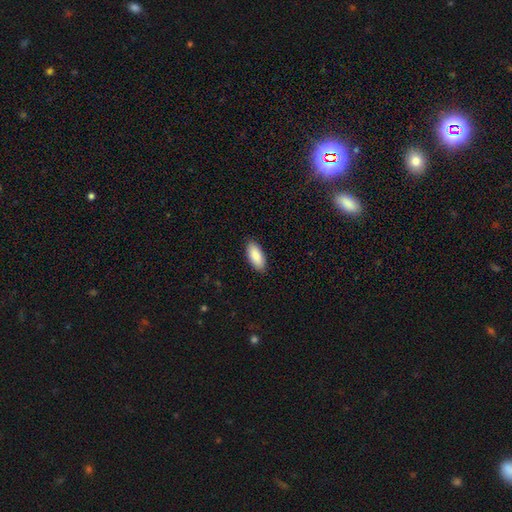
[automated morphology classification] This is clearly a smooth galaxy (90%). How rounded: clearly in between (88%). Merging: clearly none (89%).